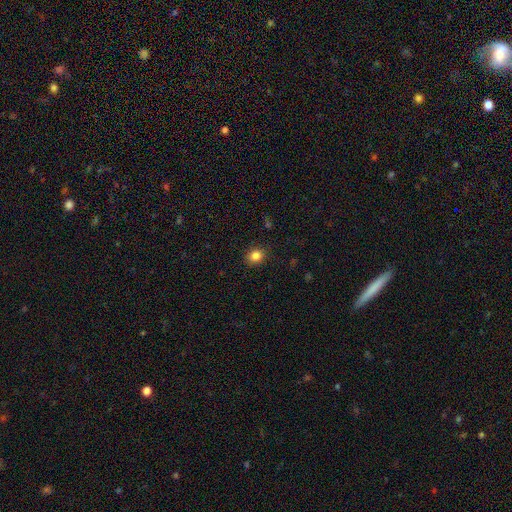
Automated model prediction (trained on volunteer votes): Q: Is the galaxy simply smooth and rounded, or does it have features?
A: smooth — 84%.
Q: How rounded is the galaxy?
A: round — 73%.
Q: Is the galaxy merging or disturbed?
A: none — 89%.